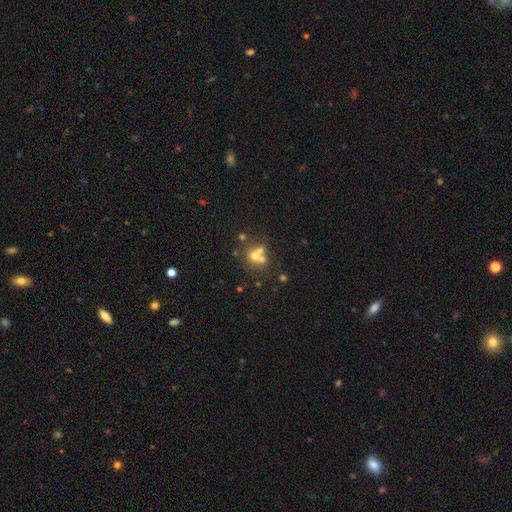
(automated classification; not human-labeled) Smooth or featured? Predicted: smooth (p=0.55). How rounded? Predicted: round (p=0.79). Merging? Predicted: merger (p=0.48).